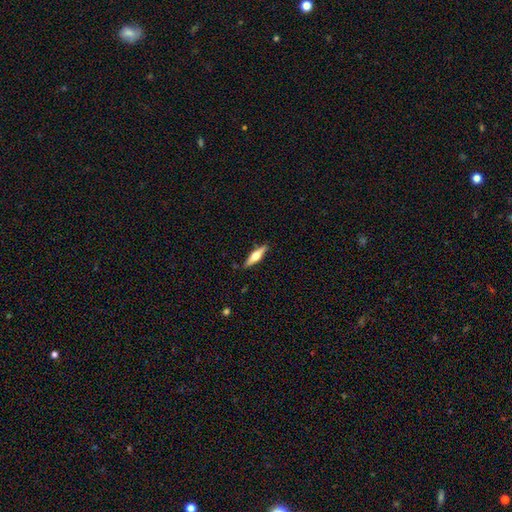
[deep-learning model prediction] smooth-or-featured: featured or disk: 56% | smooth: 38% | star or artifact: 6%
  disk-edge-on: yes: 95% | no: 5%
    edge-on-bulge: rounded: 93% | boxy: 5% | none: 3%
  merging: none: 87% | minor disturbance: 9% | major disturbance: 2% | merger: 1%